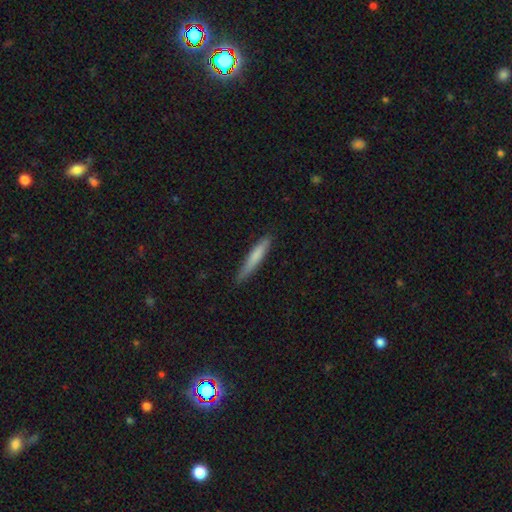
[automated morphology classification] Smooth or featured: smooth — 74% (featured or disk — 20%)
How rounded: cigar-shaped — 92% (in between — 6%)
Merging: none — 80% (minor disturbance — 16%)